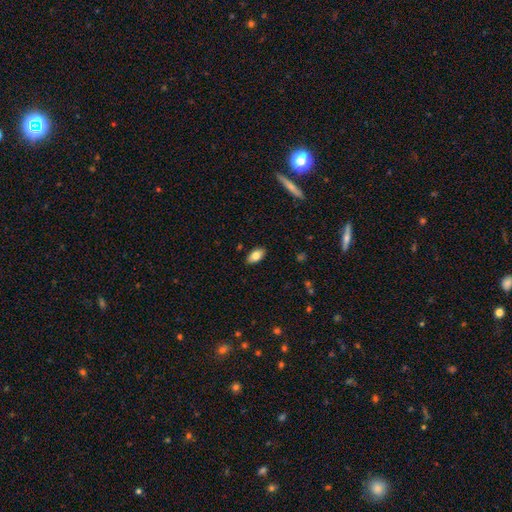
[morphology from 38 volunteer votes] smooth 79%, featured or disk 13%, star or artifact 8%. Down the decision tree: how rounded — in between (93%); merging — none (83%).